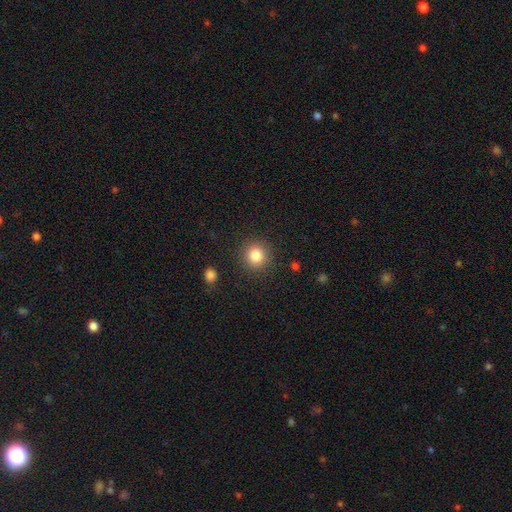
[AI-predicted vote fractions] Smooth or featured? smooth (83%)
How rounded? round (90%)
Merging? none (89%)